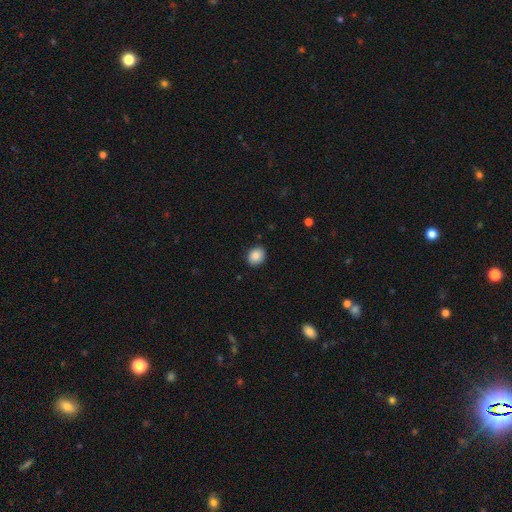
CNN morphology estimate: Q: Smooth or featured?
A: smooth (88%); runner-up: star or artifact (8%)
Q: How rounded?
A: round (55%); runner-up: in between (44%)
Q: Merging?
A: none (89%); runner-up: minor disturbance (8%)